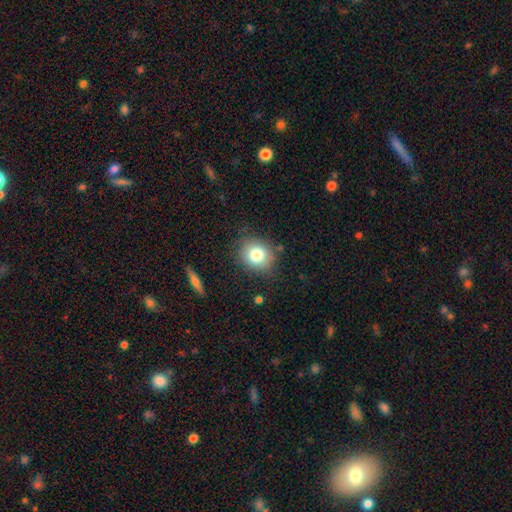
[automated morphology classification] Q: Smooth or featured?
A: smooth (80%); runner-up: featured or disk (10%)
Q: How rounded?
A: round (71%); runner-up: in between (28%)
Q: Merging?
A: none (81%); runner-up: minor disturbance (13%)